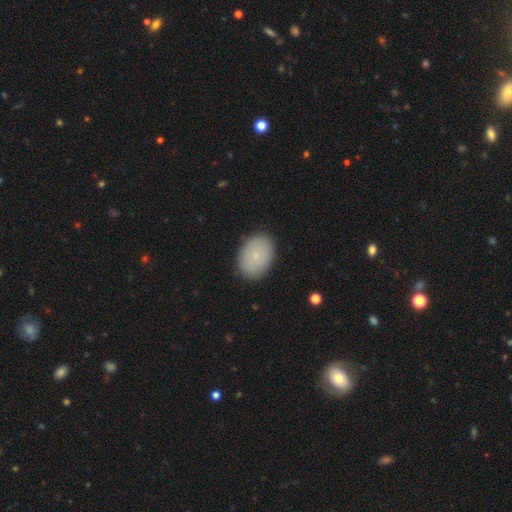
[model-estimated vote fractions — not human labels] Morphology: type=smooth (81%); roundness=in between (77%); merging=none (88%).